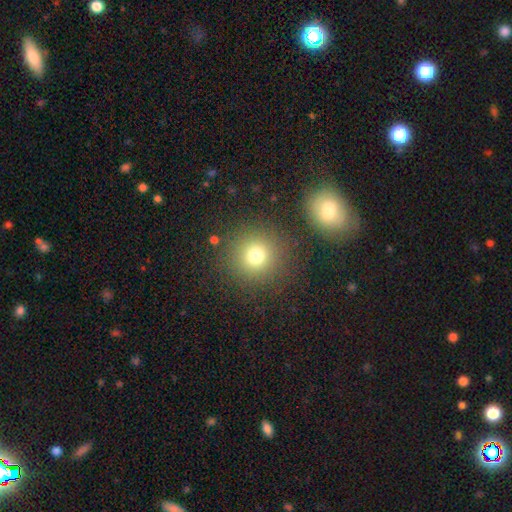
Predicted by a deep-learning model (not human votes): This is likely a smooth galaxy (74%). How rounded: clearly round (93%). Merging: clearly none (85%).